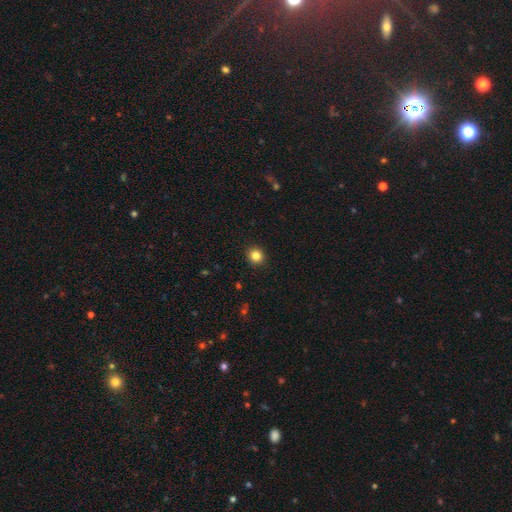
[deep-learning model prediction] Overall: smooth (84%). How rounded: round (89%). Merging: none (92%).